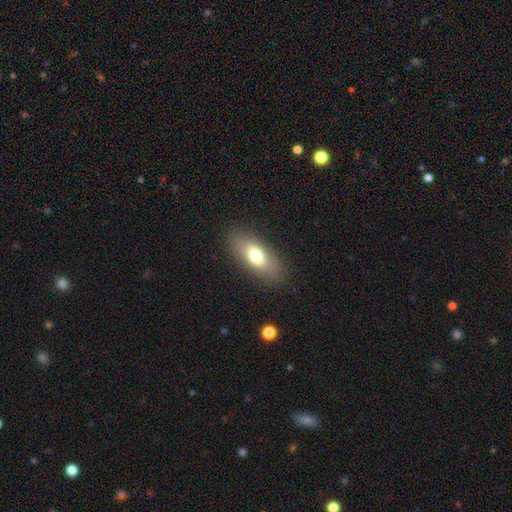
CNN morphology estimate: Smooth or featured? smooth (72%)
How rounded? in between (82%)
Merging? none (85%)